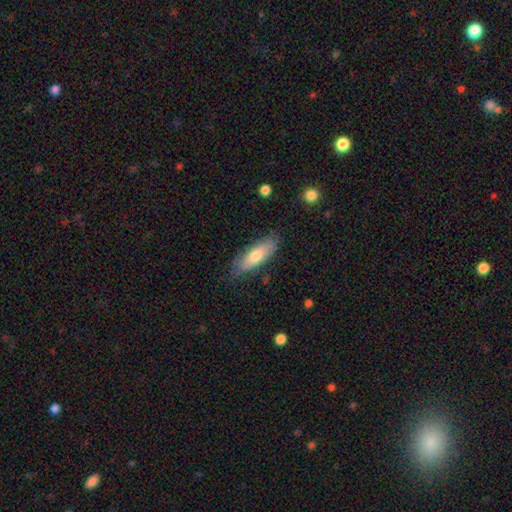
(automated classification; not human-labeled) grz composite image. It shows a smooth galaxy with no disk features (65%) that is in between round and cigar-shaped (63%). Merging: none (77%).